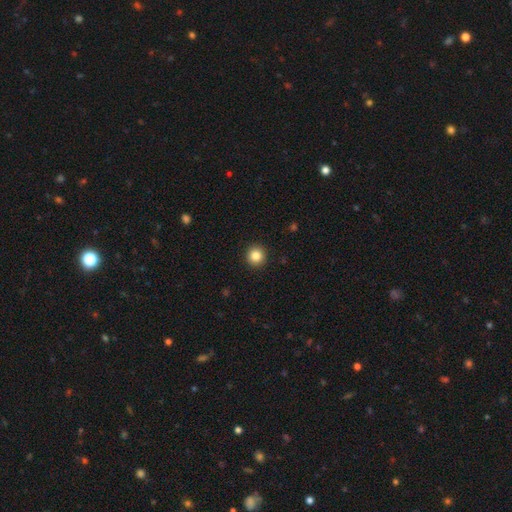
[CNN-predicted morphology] Smooth or featured? smooth (85%)
How rounded? round (95%)
Merging? none (93%)